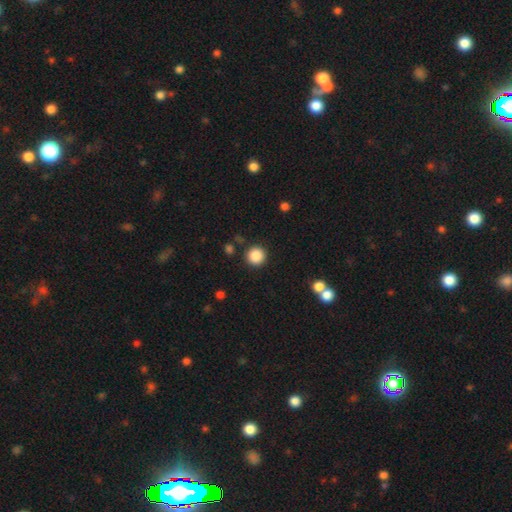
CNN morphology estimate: This is clearly a smooth galaxy (87%). How rounded: clearly round (95%). Merging: clearly none (89%).